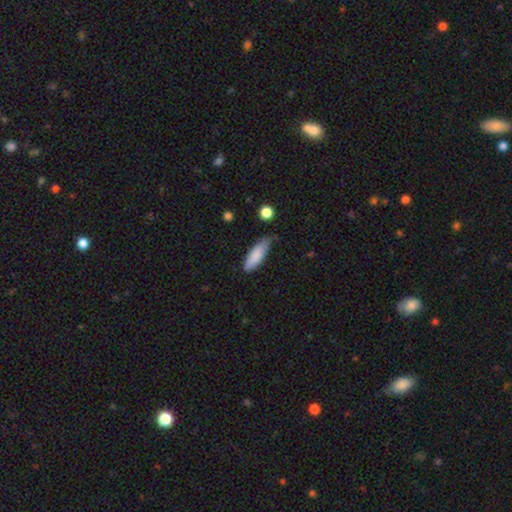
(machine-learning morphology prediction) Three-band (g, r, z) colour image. It shows a smooth galaxy with no disk features (84%) that is in between round and cigar-shaped (53%). Merging: none (65%).